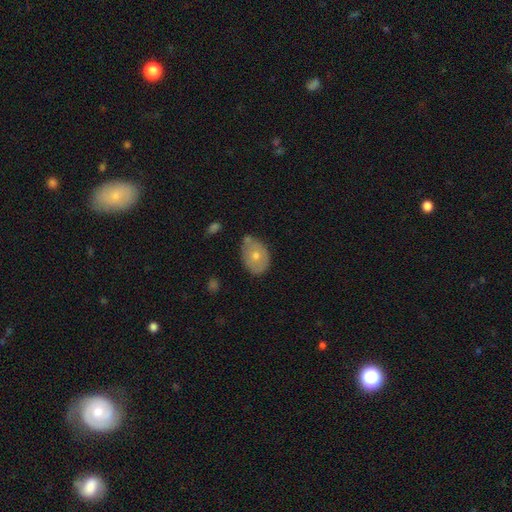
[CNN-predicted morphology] A smooth galaxy with no disk features (60%) that is in between round and cigar-shaped (72%). Merging: none (56%).